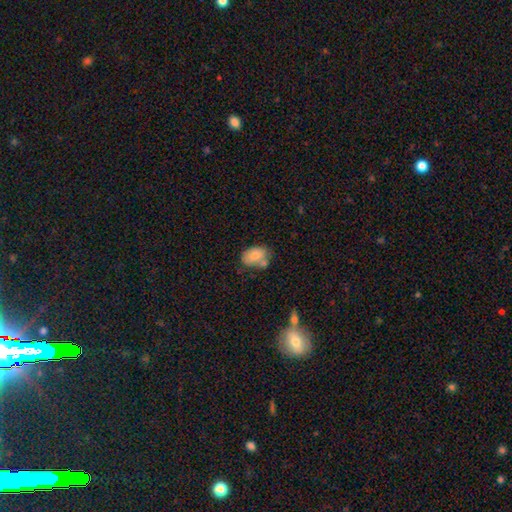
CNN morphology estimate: A smooth galaxy with no disk features (79%) that is in between round and cigar-shaped (84%). Merging: none (51%).